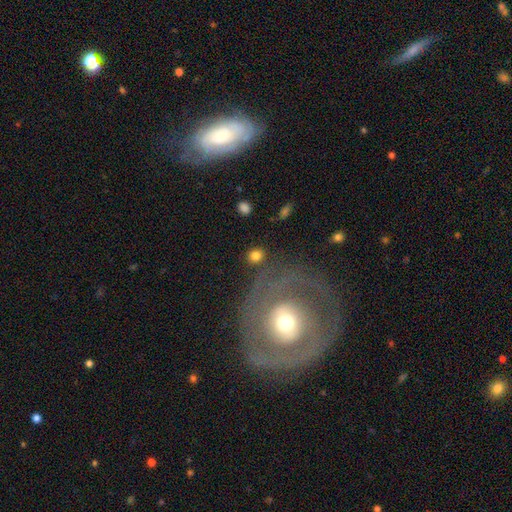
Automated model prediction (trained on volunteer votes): A smooth galaxy with no disk features (79%) that is round (71%).

Vote fractions:
- Smooth or featured? smooth: 79% / star or artifact: 11% / featured or disk: 10%
- How rounded? round: 71% / in between: 27% / cigar-shaped: 2%
- Merging? none: 81% / minor disturbance: 9% / major disturbance: 5% / merger: 5%